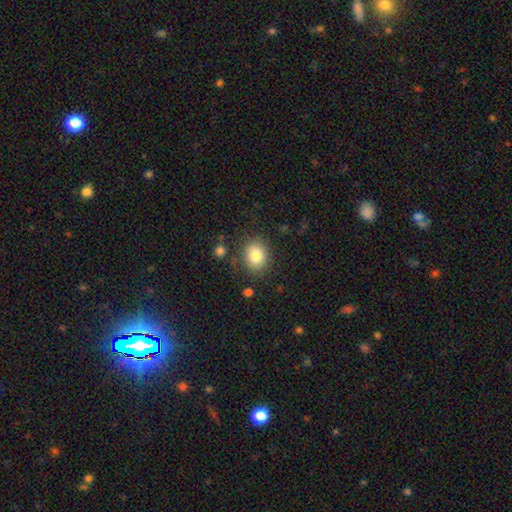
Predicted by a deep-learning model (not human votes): Smooth or featured? Predicted: smooth (p=0.81). How rounded? Predicted: round (p=0.67). Merging? Predicted: none (p=0.82).